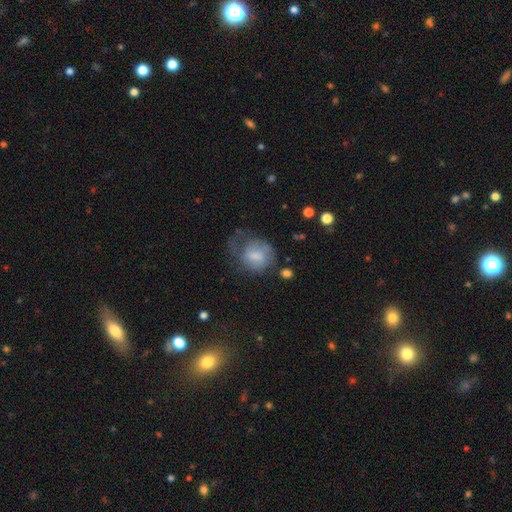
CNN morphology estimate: Smooth or featured?
  - smooth: 59% *
  - featured or disk: 32%
  - star or artifact: 8%
How rounded?
  - round: 60% *
  - in between: 39%
  - cigar-shaped: 1%
Merging?
  - major disturbance: 36% *
  - none: 32%
  - minor disturbance: 27%
  - merger: 4%